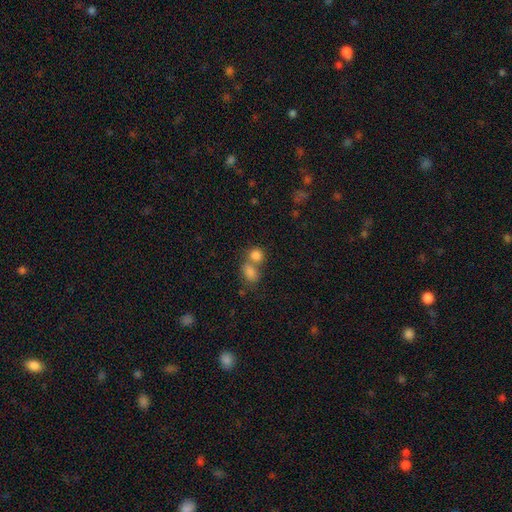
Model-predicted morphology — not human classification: smooth 82%, star or artifact 11%, featured or disk 8%. Down the decision tree: how rounded — round (60%); merging — merger (52%).